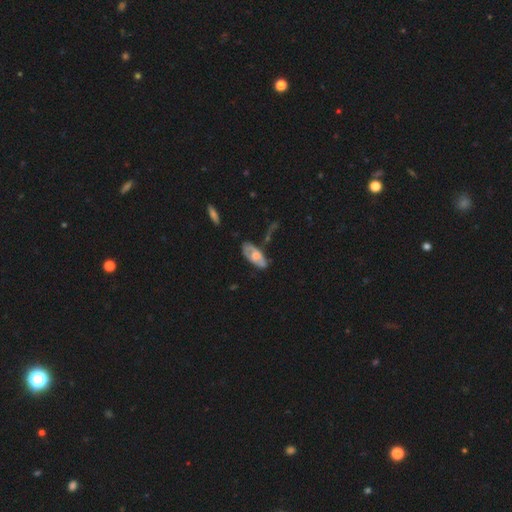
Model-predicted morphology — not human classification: A featured or disk galaxy (49%).

Vote fractions:
- Smooth or featured? featured or disk: 49% / smooth: 45% / star or artifact: 6%
- Merging? none: 55% / minor disturbance: 27% / major disturbance: 12% / merger: 6%